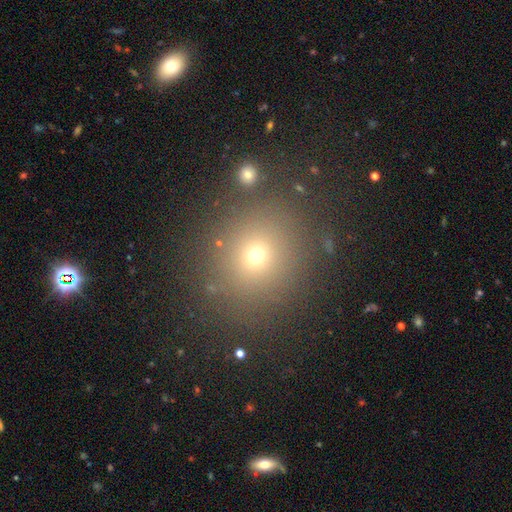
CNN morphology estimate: A smooth galaxy with no disk features (64%) that is round (87%). Merging: none (86%).